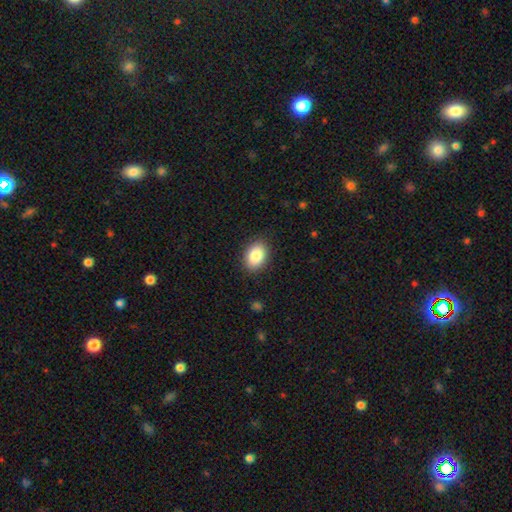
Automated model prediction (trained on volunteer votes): Smooth or featured? Predicted: smooth (p=0.87). How rounded? Predicted: in between (p=0.76). Merging? Predicted: none (p=0.88).